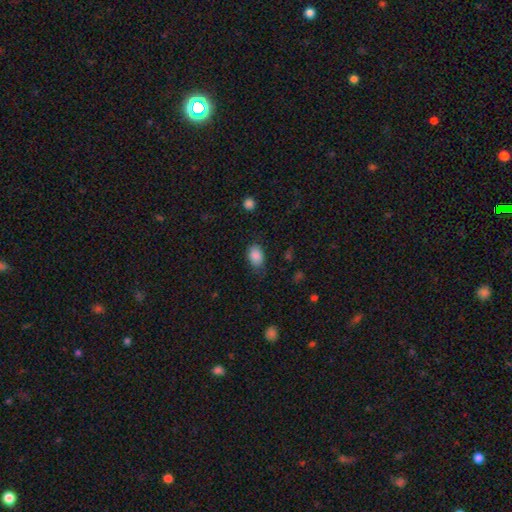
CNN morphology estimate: A smooth galaxy with no disk features (87%) that is in between round and cigar-shaped (84%). Merging: none (75%).